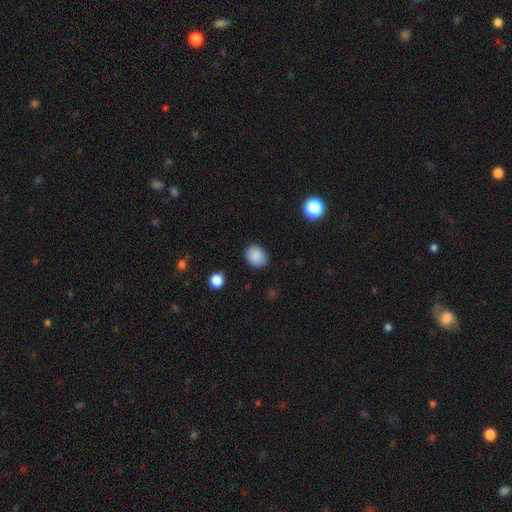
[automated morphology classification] A smooth galaxy with no disk features (87%) that is round (53%). Merging: none (84%).